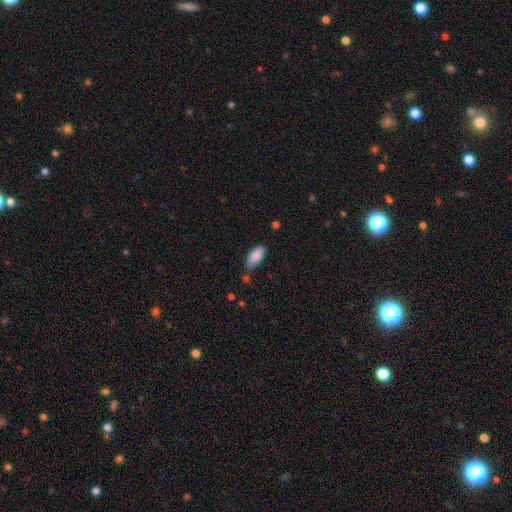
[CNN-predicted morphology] Q: Smooth or featured?
A: smooth (88%); runner-up: star or artifact (6%)
Q: How rounded?
A: in between (89%); runner-up: cigar-shaped (9%)
Q: Merging?
A: none (69%); runner-up: minor disturbance (21%)